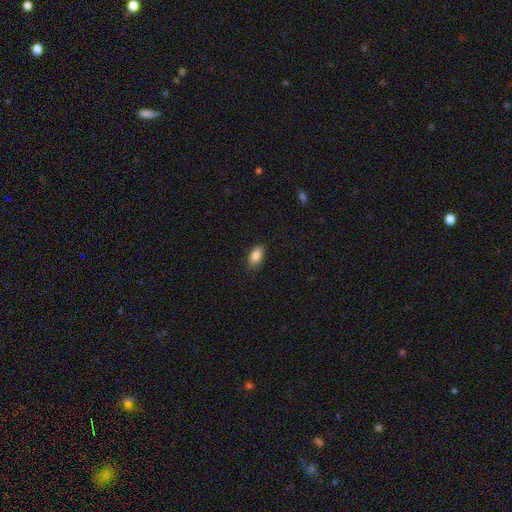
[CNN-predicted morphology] Smooth or featured: smooth — 86% (star or artifact — 7%)
How rounded: in between — 91% (round — 4%)
Merging: none — 85% (minor disturbance — 11%)